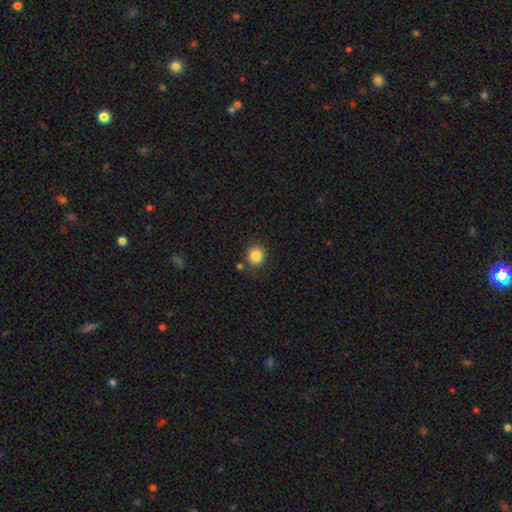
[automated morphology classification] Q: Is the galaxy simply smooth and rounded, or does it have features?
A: smooth — 84%.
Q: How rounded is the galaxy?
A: round — 91%.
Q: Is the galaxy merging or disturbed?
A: none — 84%.